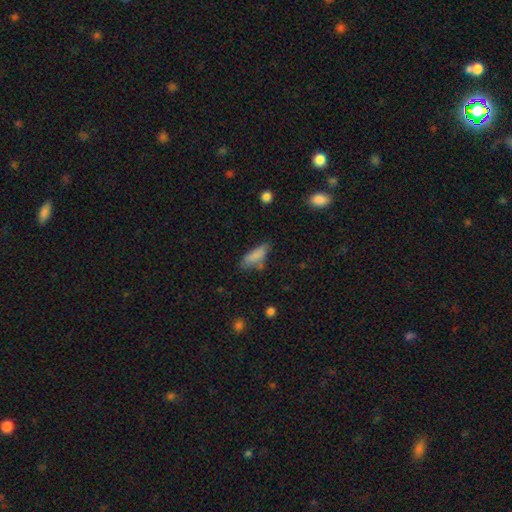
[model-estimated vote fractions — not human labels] Smooth or featured?
  - smooth: 80% *
  - featured or disk: 12%
  - star or artifact: 8%
How rounded?
  - in between: 65% *
  - cigar-shaped: 33%
  - round: 2%
Merging?
  - none: 52% *
  - minor disturbance: 31%
  - major disturbance: 10%
  - merger: 7%